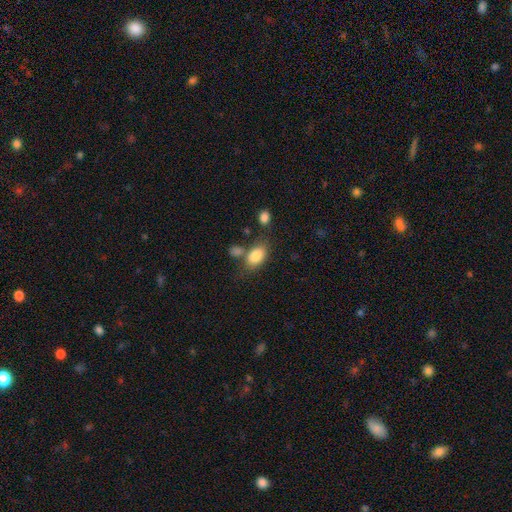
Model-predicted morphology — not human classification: Smooth or featured? smooth (83%)
How rounded? in between (87%)
Merging? none (58%)